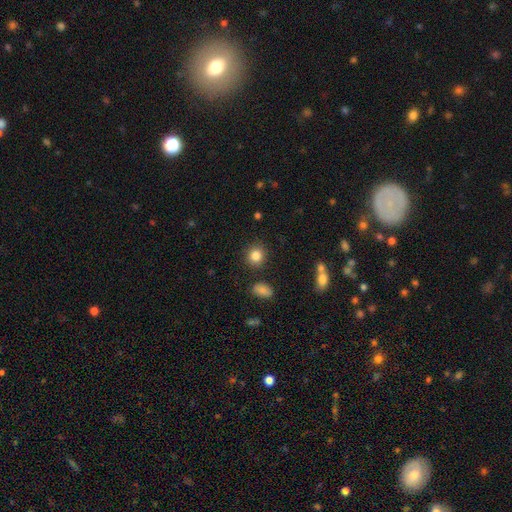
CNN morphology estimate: A smooth galaxy with no disk features (85%) that is round (84%).

Vote fractions:
- Smooth or featured? smooth: 85% / star or artifact: 10% / featured or disk: 5%
- How rounded? round: 84% / in between: 15% / cigar-shaped: 1%
- Merging? none: 88% / minor disturbance: 7% / major disturbance: 3% / merger: 3%